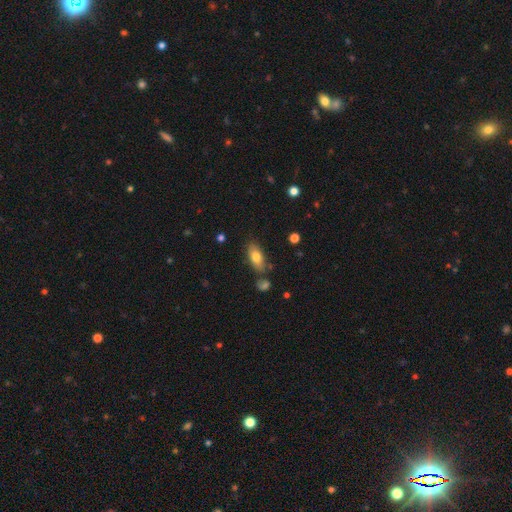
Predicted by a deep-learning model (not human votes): smooth-or-featured: smooth: 75% | featured or disk: 17% | star or artifact: 8%
  how-rounded: in between: 83% | cigar-shaped: 13% | round: 4%
  merging: none: 76% | minor disturbance: 14% | merger: 7% | major disturbance: 3%